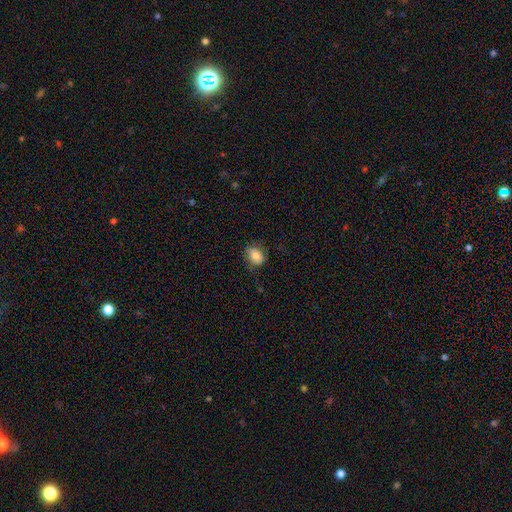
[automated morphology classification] A smooth galaxy with no disk features (79%) that is in between round and cigar-shaped (67%). Merging: none (72%).